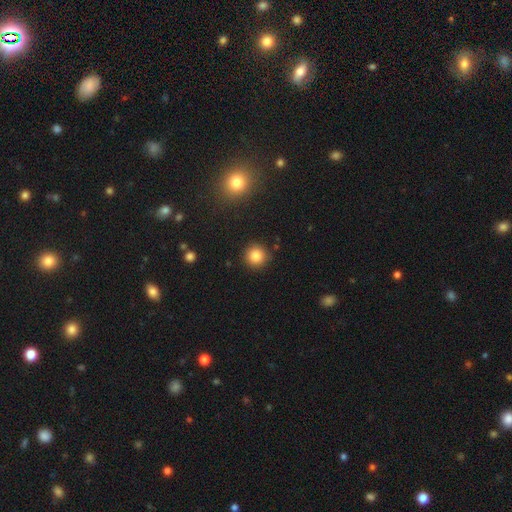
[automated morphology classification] Q: Smooth or featured?
A: smooth (85%); runner-up: star or artifact (11%)
Q: How rounded?
A: round (94%); runner-up: in between (5%)
Q: Merging?
A: none (90%); runner-up: minor disturbance (6%)